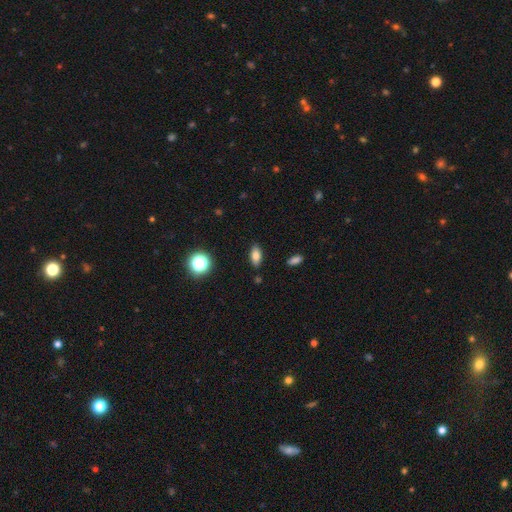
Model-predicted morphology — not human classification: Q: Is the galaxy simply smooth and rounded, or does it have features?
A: smooth — 79%.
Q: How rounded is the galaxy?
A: in between — 85%.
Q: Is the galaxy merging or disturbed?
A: none — 87%.